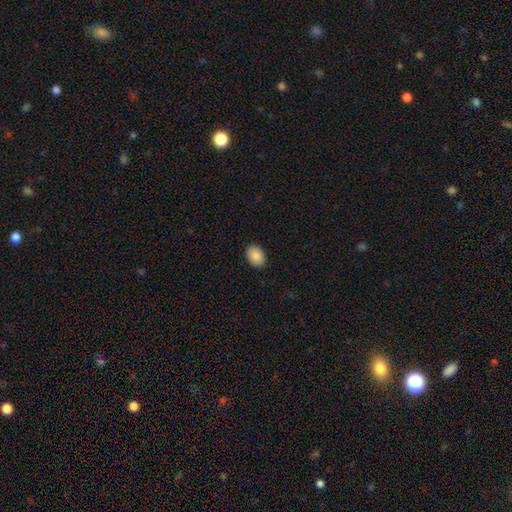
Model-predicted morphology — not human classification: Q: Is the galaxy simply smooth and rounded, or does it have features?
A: smooth — 89%.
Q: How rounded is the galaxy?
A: in between — 76%.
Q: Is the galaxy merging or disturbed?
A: none — 90%.